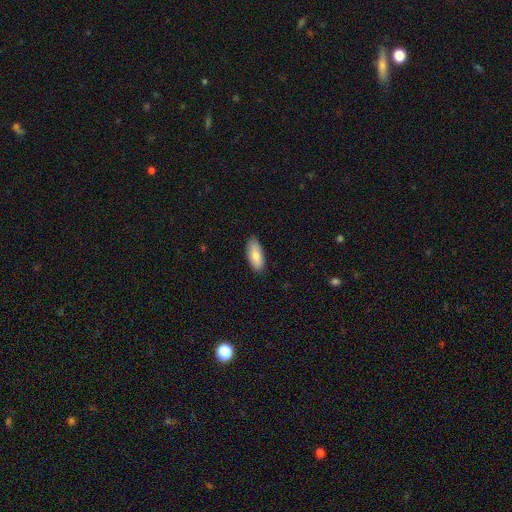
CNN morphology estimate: This appears to be a smooth galaxy with no disk features (81%) that is in between round and cigar-shaped (85%). Merging: none (87%).